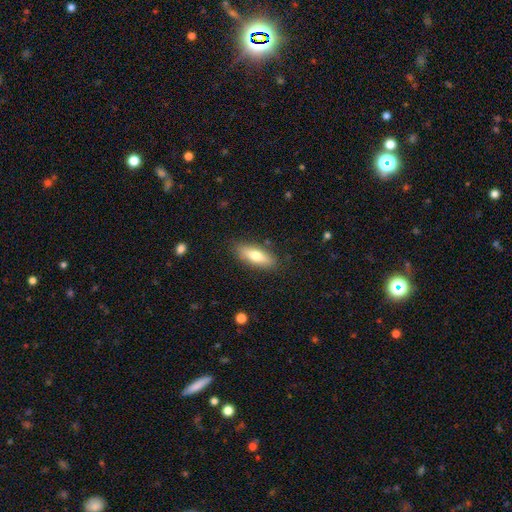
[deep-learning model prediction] This appears to be a smooth galaxy with no disk features (67%) that is in between round and cigar-shaped (57%). Merging: none (85%).